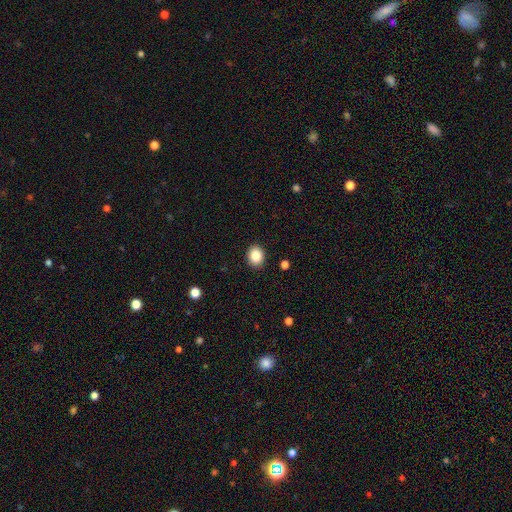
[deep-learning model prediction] smooth_or_featured: smooth (p=0.86) [alt: star or artifact p=0.09]
how_rounded: round (p=0.62) [alt: in between p=0.38]
merging: none (p=0.91) [alt: minor disturbance p=0.06]